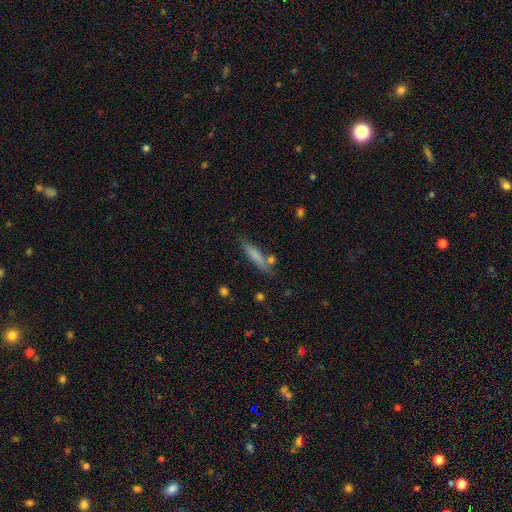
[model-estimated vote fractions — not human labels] A smooth galaxy with no disk features (73%) that is cigar-shaped (82%). Merging: none (72%).